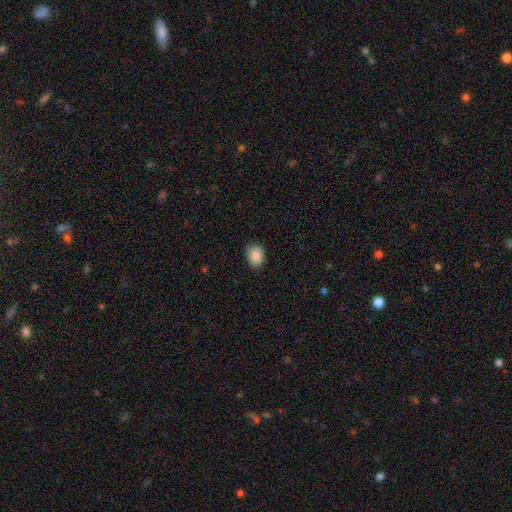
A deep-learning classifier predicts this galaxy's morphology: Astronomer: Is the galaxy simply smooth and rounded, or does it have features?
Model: smooth — 88%.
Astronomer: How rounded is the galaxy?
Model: in between — 61% (runner-up: round, 38%).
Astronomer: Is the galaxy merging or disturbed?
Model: none — 79%.